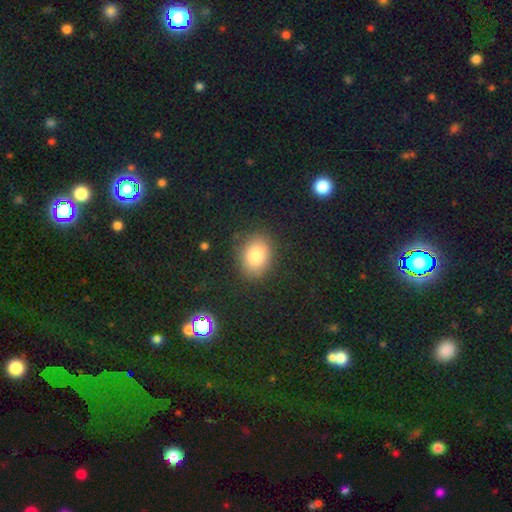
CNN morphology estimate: Overall: smooth (79%). How rounded: in between (55%; round 44%). Merging: none (85%).